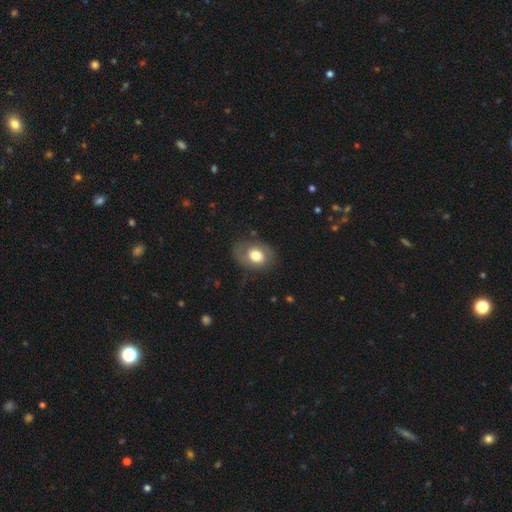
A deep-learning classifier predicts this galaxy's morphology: A smooth galaxy with no disk features (60%) that is in between round and cigar-shaped (65%). Merging: none (68%).